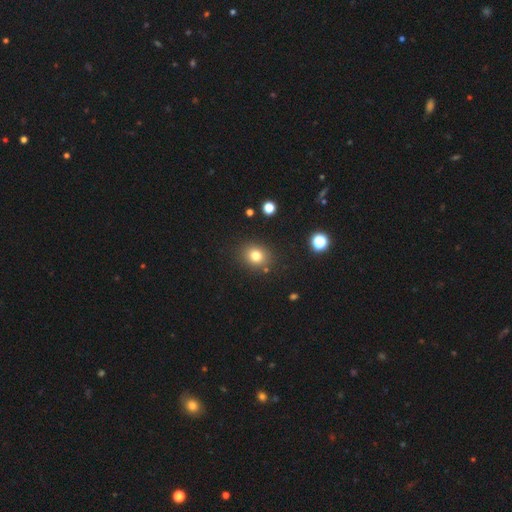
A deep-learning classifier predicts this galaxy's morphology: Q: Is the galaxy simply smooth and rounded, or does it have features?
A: smooth — 79%.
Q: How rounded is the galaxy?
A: round — 72%.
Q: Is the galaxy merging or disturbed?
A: none — 86%.